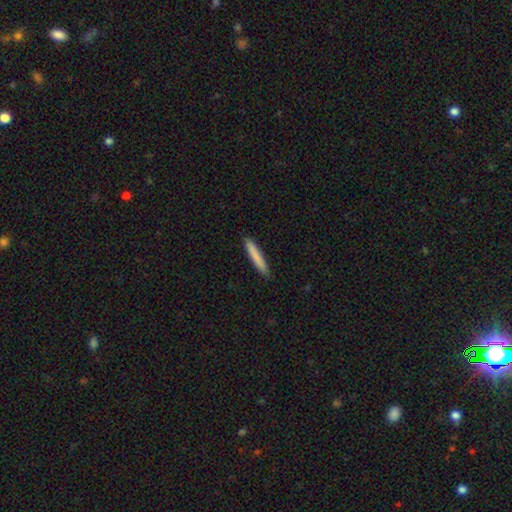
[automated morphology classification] Smooth or featured? Predicted: smooth (p=0.82). How rounded? Predicted: cigar-shaped (p=0.94). Merging? Predicted: none (p=0.90).